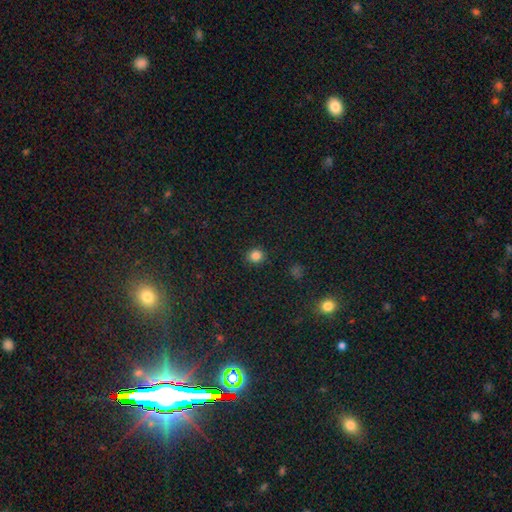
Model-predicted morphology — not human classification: A smooth galaxy with no disk features (84%) that is round (84%). Merging: none (90%).